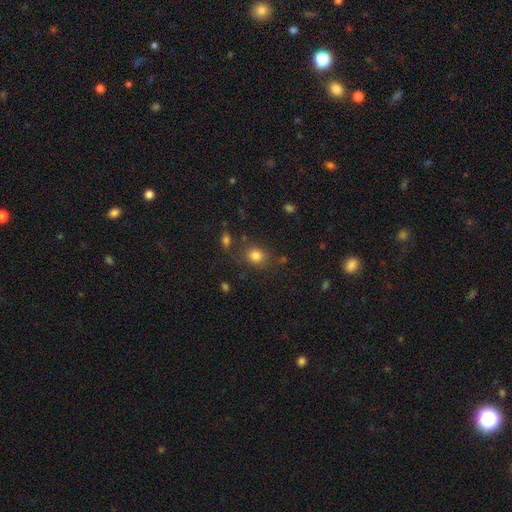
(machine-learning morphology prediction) Overall: smooth (80%). How rounded: round (64%; in between 35%). Merging: none (75%).